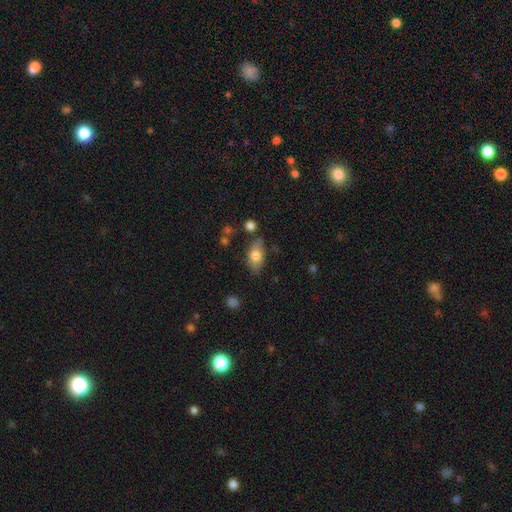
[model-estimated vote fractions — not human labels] Smooth or featured? smooth (74%)
How rounded? in between (89%)
Merging? none (72%)